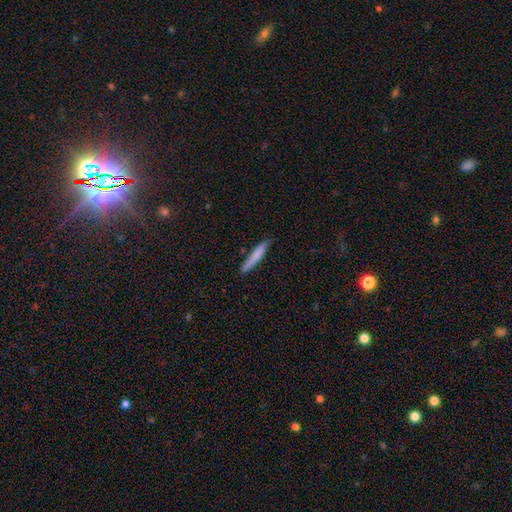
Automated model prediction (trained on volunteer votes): smooth 76%, featured or disk 19%, star or artifact 6%. Down the decision tree: how rounded — cigar-shaped (93%); merging — none (83%).